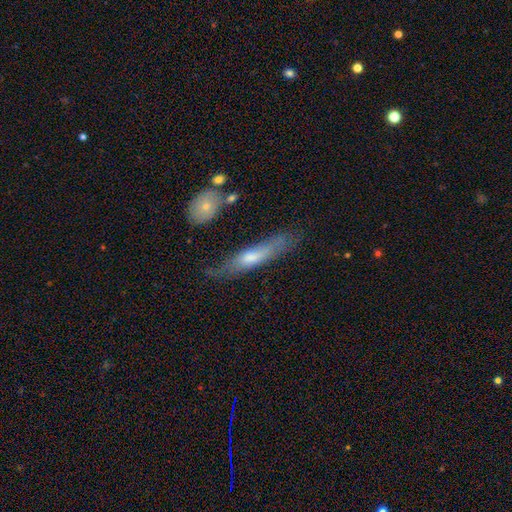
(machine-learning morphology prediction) Q: Smooth or featured?
A: featured or disk (51%); runner-up: smooth (40%)
Q: Edge-on disk?
A: yes (74%); runner-up: no (26%)
Q: Merging?
A: none (66%); runner-up: minor disturbance (23%)